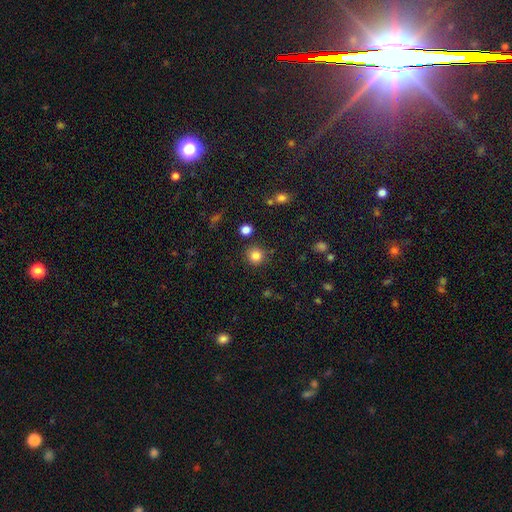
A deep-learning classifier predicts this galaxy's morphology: smooth 83%, star or artifact 12%, featured or disk 5%. Down the decision tree: how rounded — round (92%); merging — none (86%).